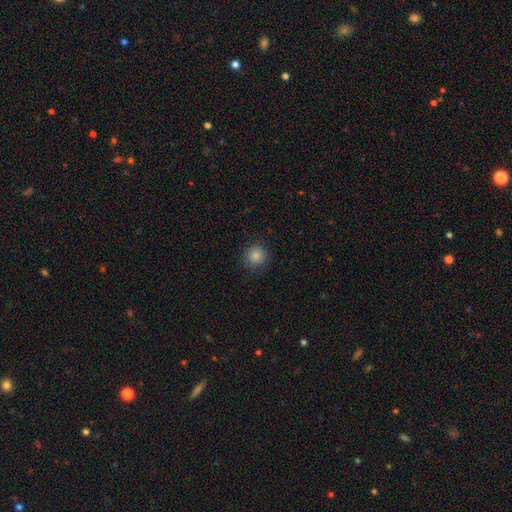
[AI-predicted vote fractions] Overall: smooth (85%). How rounded: round (93%). Merging: none (87%).